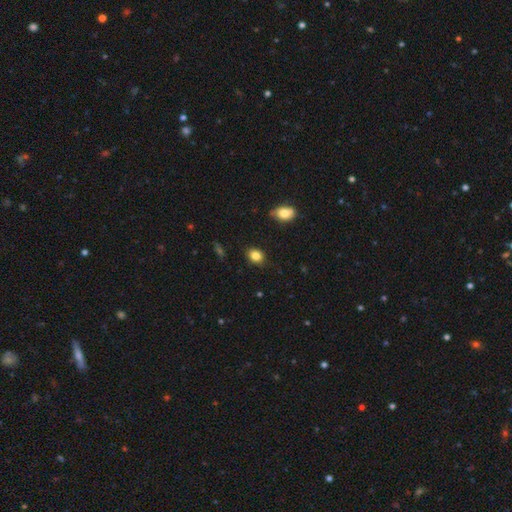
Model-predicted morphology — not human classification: Smooth or featured? smooth (85%)
How rounded? in between (56%)
Merging? none (86%)